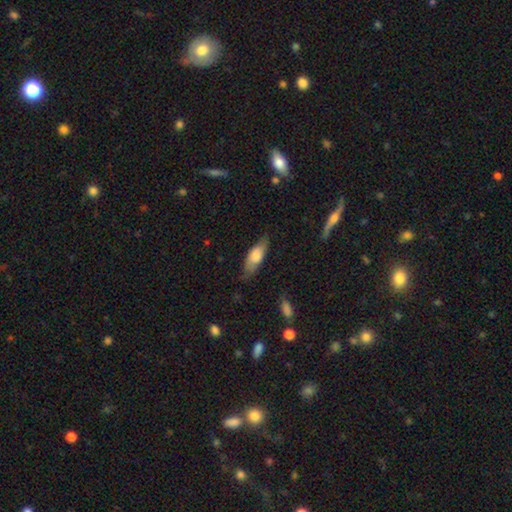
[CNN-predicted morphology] This is likely a smooth galaxy (69%). How rounded: likely in between (72%). Merging: likely none (72%).